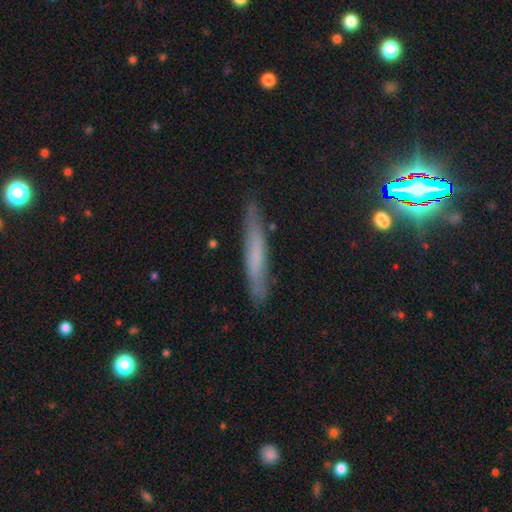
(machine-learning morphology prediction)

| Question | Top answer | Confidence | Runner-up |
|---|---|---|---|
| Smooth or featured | smooth | 50% | featured or disk (40%) |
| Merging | none | 82% | minor disturbance (13%) |